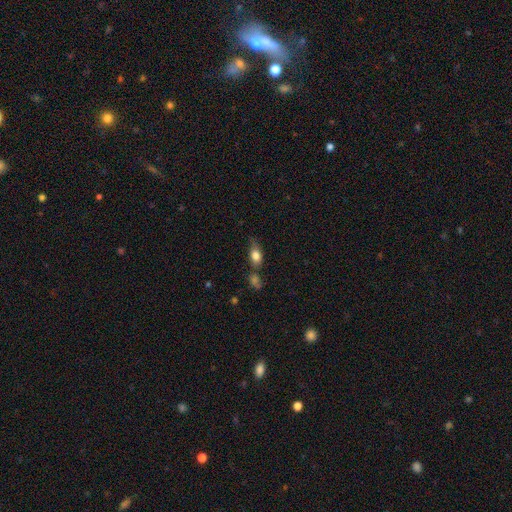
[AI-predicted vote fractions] Q: Smooth or featured?
A: smooth (76%); runner-up: featured or disk (15%)
Q: How rounded?
A: in between (76%); runner-up: round (14%)
Q: Merging?
A: none (46%); runner-up: minor disturbance (26%)